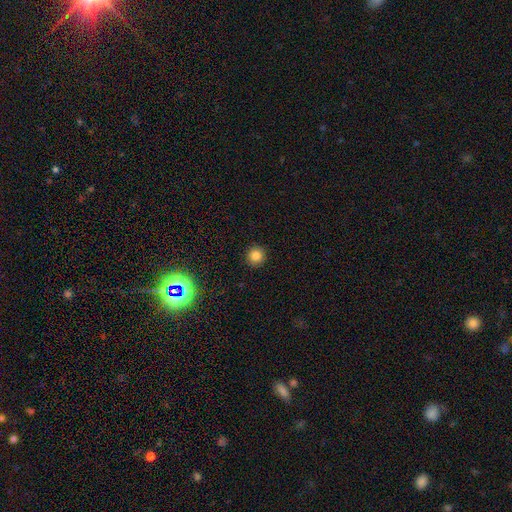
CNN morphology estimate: This is clearly a smooth galaxy (82%). How rounded: clearly round (95%). Merging: clearly none (92%).